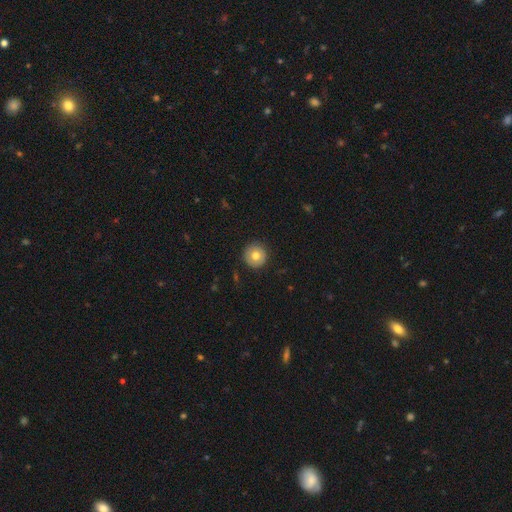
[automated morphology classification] Q: Smooth or featured?
A: smooth (72%); runner-up: featured or disk (20%)
Q: How rounded?
A: round (96%); runner-up: in between (3%)
Q: Merging?
A: none (91%); runner-up: minor disturbance (6%)